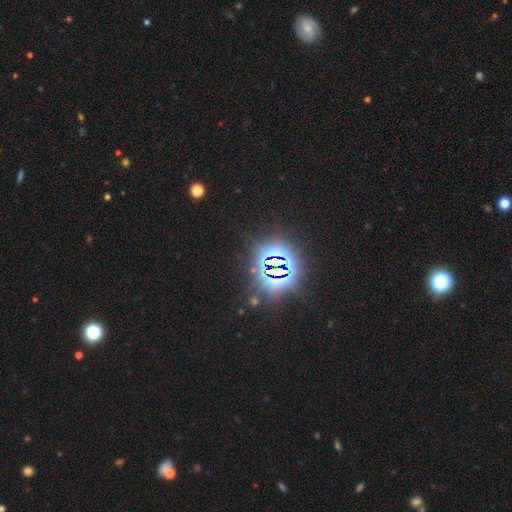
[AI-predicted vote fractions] Overall: star or artifact (82%).